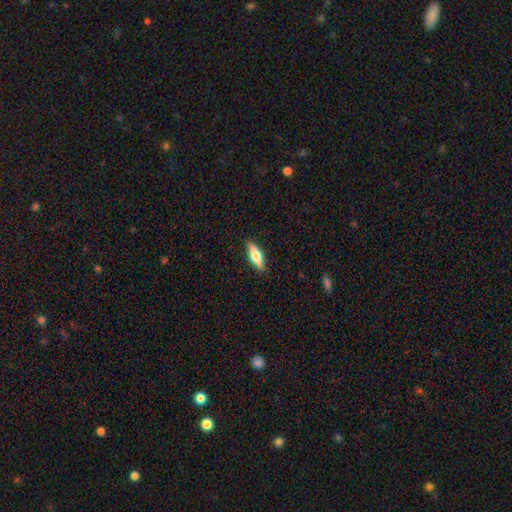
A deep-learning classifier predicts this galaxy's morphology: Smooth or featured? smooth (59%)
How rounded? in between (55%)
Merging? none (87%)